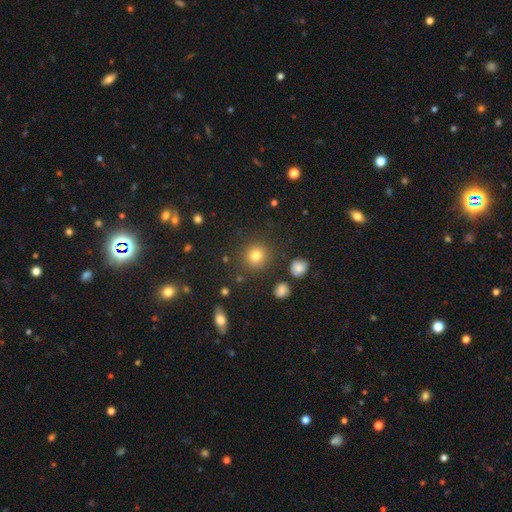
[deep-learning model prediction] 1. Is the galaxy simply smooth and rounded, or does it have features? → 79% smooth, 14% star or artifact, 7% featured or disk.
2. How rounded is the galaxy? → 91% round, 8% in between, 1% cigar-shaped.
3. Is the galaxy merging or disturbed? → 85% none, 8% minor disturbance, 3% major disturbance, 3% merger.